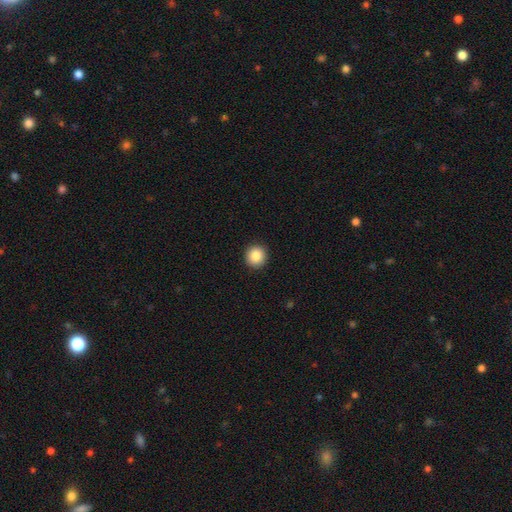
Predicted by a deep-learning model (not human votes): Morphology: type=smooth (87%); roundness=round (94%); merging=none (93%).